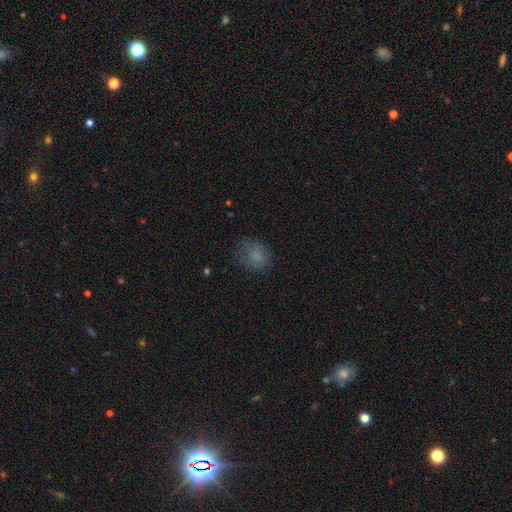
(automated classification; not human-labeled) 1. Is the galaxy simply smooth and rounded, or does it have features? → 78% smooth, 13% star or artifact, 9% featured or disk.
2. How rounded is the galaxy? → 61% round, 38% in between, 1% cigar-shaped.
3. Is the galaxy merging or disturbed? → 65% none, 23% minor disturbance, 11% major disturbance, 1% merger.